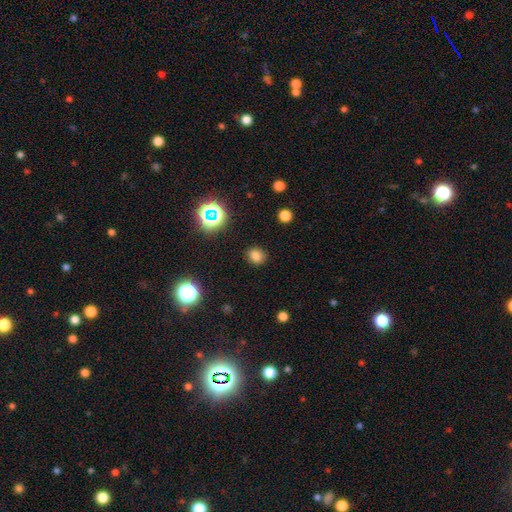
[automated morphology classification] Smooth or featured: smooth — 77% (star or artifact — 18%)
How rounded: round — 74% (in between — 25%)
Merging: none — 88% (minor disturbance — 8%)